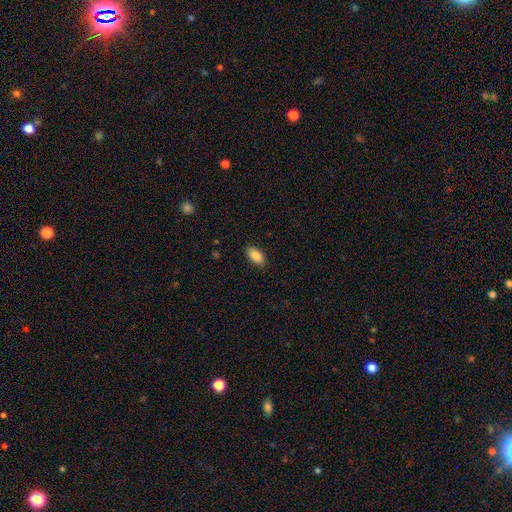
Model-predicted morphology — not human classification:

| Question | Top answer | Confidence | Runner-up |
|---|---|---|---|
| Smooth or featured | smooth | 88% | star or artifact (7%) |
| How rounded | in between | 93% | cigar-shaped (4%) |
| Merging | none | 88% | minor disturbance (9%) |